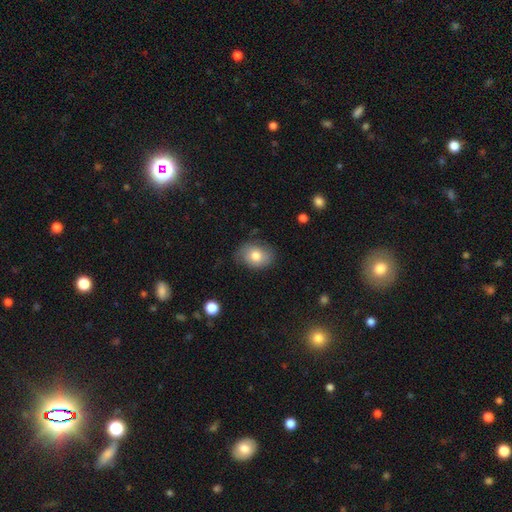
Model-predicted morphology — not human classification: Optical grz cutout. It shows a smooth galaxy with no disk features (75%) that is in between round and cigar-shaped (63%). Merging: none (70%).